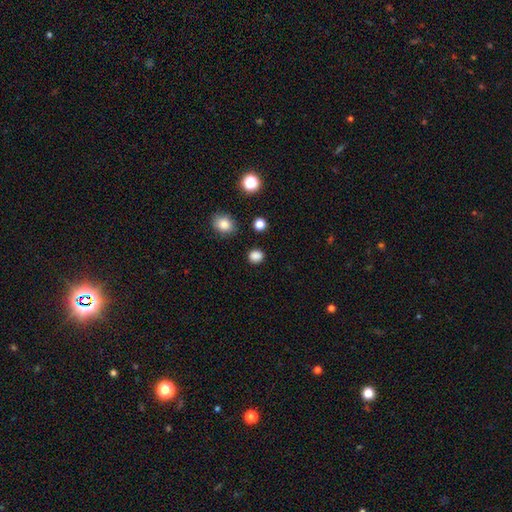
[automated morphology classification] Q: Smooth or featured?
A: smooth (84%); runner-up: star or artifact (13%)
Q: How rounded?
A: round (78%); runner-up: in between (21%)
Q: Merging?
A: none (87%); runner-up: minor disturbance (8%)